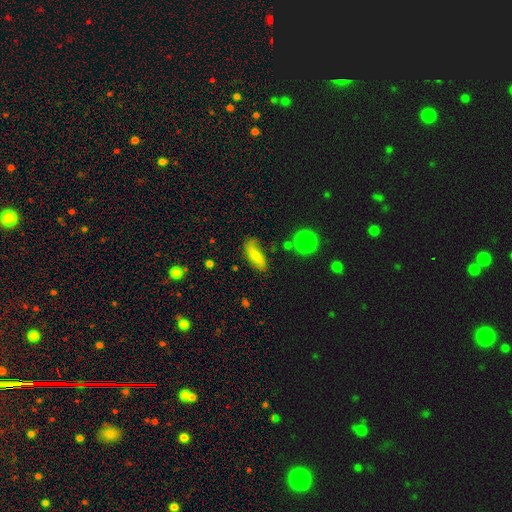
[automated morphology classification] Smooth or featured?
  - smooth: 70% *
  - featured or disk: 21%
  - star or artifact: 8%
How rounded?
  - in between: 68% *
  - cigar-shaped: 28%
  - round: 4%
Merging?
  - none: 62% *
  - minor disturbance: 25%
  - major disturbance: 9%
  - merger: 4%